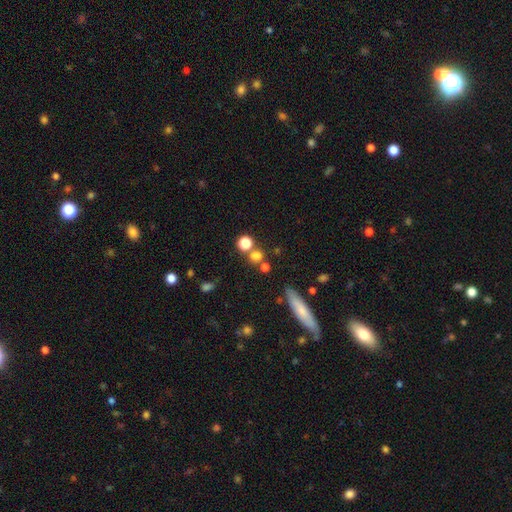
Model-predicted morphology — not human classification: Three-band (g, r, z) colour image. It shows a smooth galaxy with no disk features (71%) that is round (79%). Merging: none (63%).